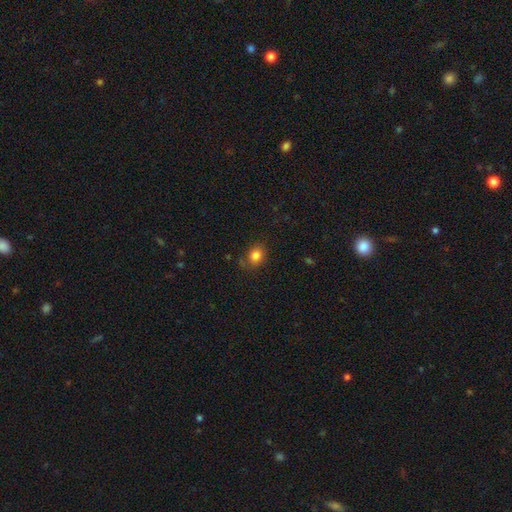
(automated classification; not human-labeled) Q: Smooth or featured?
A: smooth (82%); runner-up: star or artifact (11%)
Q: How rounded?
A: round (63%); runner-up: in between (36%)
Q: Merging?
A: none (77%); runner-up: minor disturbance (16%)